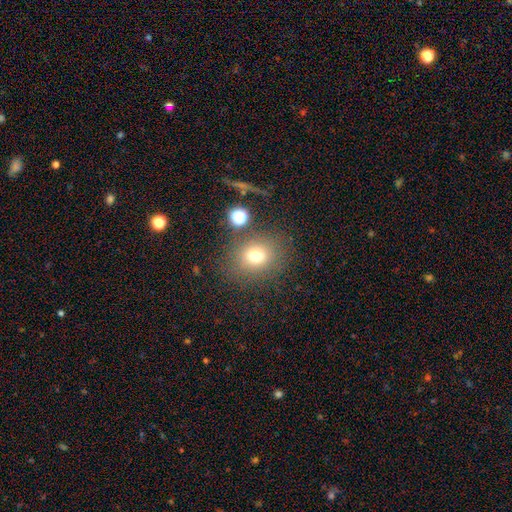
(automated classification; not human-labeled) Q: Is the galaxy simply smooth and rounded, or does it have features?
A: smooth — 72%.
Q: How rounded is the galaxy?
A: round — 64%.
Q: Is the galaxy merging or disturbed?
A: none — 77%.